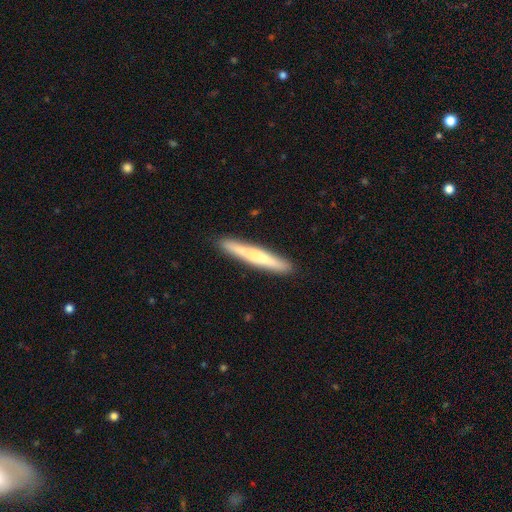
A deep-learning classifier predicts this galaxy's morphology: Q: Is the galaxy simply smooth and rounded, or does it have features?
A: smooth — 57%.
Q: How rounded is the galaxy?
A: cigar-shaped — 96%.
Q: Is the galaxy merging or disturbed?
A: none — 90%.